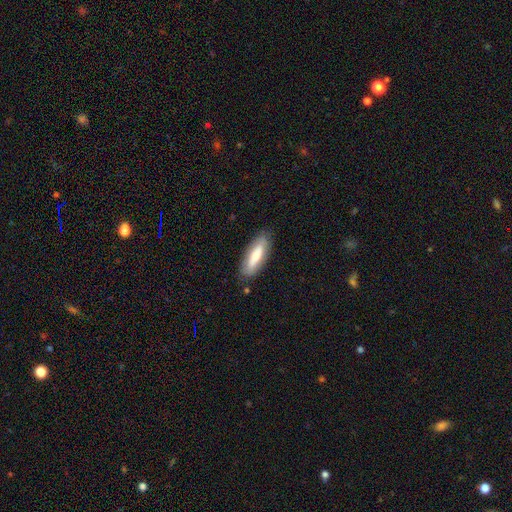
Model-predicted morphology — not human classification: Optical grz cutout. It shows a smooth galaxy with no disk features (65%) that is in between round and cigar-shaped (59%). Merging: none (83%).